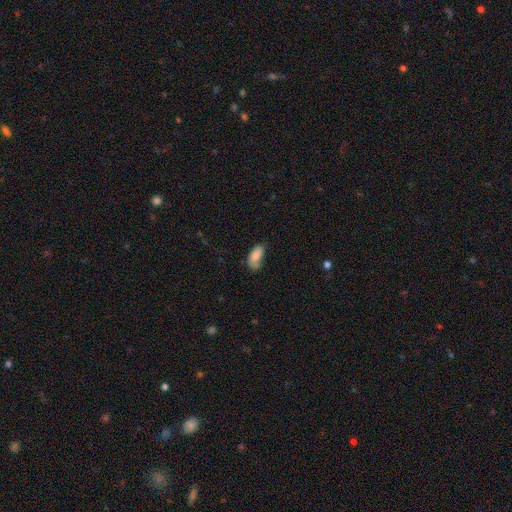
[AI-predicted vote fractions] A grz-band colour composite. It shows a smooth galaxy with no disk features (80%) that is in between round and cigar-shaped (89%). Merging: none (48%).